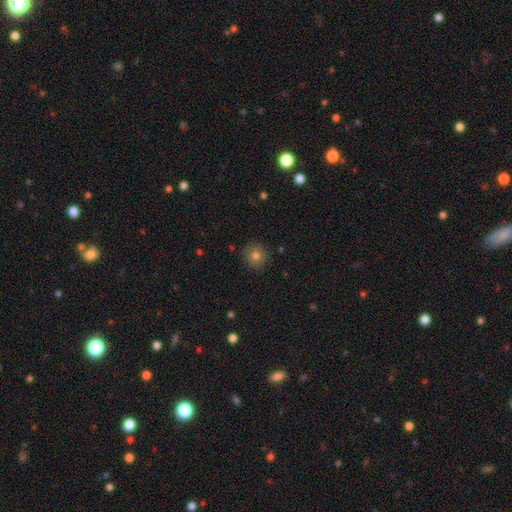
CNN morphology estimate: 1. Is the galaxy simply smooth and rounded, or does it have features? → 78% smooth, 12% star or artifact, 9% featured or disk.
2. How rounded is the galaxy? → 94% round, 5% in between, 1% cigar-shaped.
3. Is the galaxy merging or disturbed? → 90% none, 7% minor disturbance, 2% major disturbance, 1% merger.